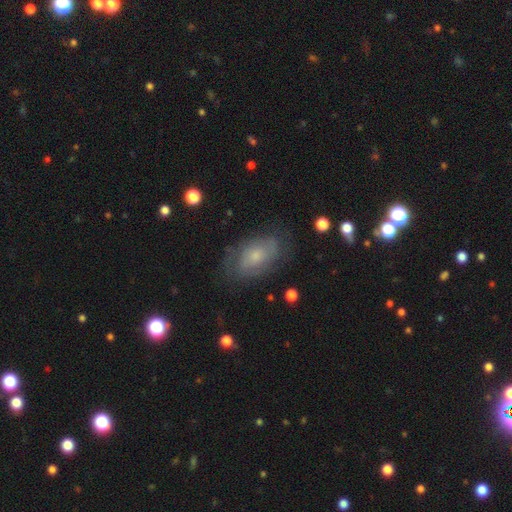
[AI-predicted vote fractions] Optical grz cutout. It shows a featured or disk galaxy (50%). Merging: none (69%).